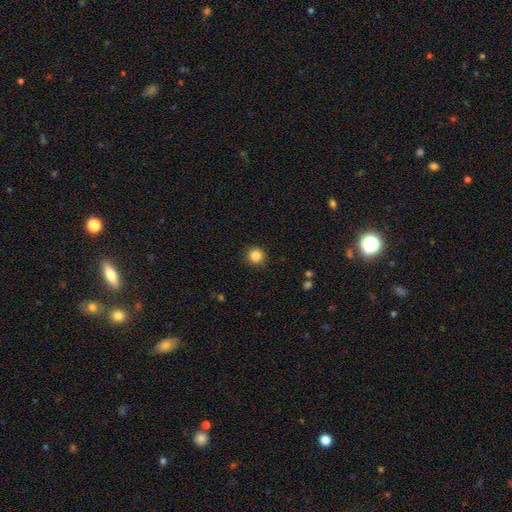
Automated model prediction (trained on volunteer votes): This is clearly a smooth galaxy (86%). How rounded: clearly round (94%). Merging: clearly none (90%).